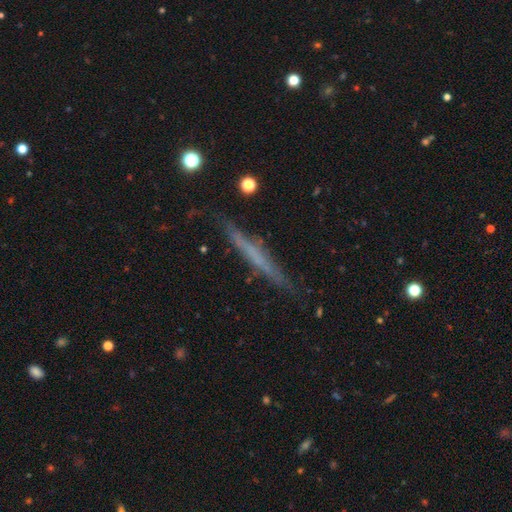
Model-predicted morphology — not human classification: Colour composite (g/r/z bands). It shows a featured or disk galaxy (54%) viewed edge-on (96%) with no central bulge (84%). Merging: none (85%).